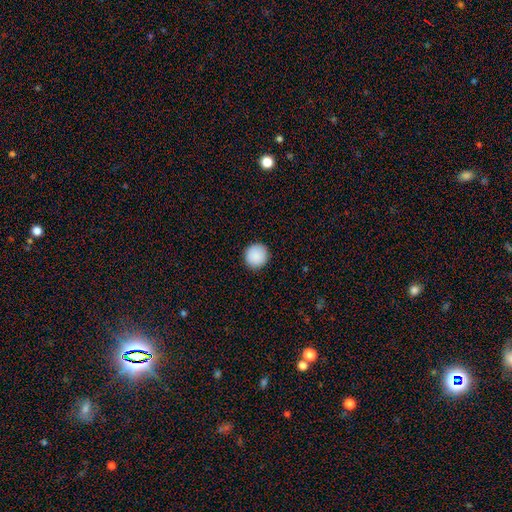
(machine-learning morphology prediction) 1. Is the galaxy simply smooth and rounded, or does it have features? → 90% smooth, 8% star or artifact, 3% featured or disk.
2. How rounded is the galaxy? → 94% round, 5% in between, 1% cigar-shaped.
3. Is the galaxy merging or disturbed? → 92% none, 5% minor disturbance, 2% major disturbance, 1% merger.